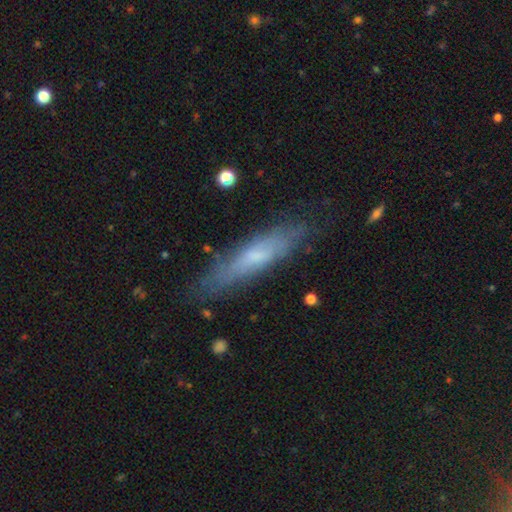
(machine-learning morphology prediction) Smooth or featured?
  - smooth: 47% *
  - featured or disk: 45%
  - star or artifact: 7%
Merging?
  - none: 78% *
  - minor disturbance: 16%
  - major disturbance: 4%
  - merger: 2%